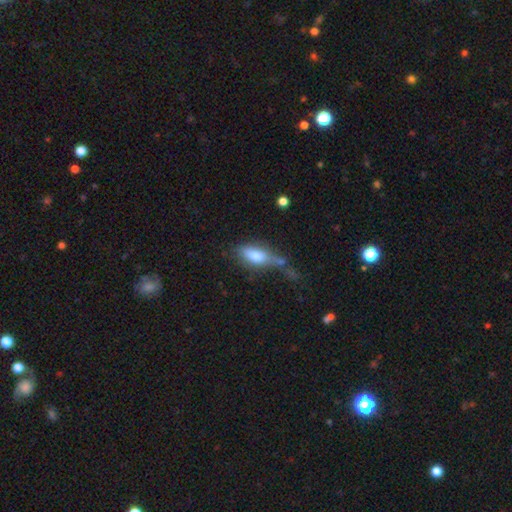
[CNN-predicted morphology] Q: Smooth or featured?
A: smooth (68%); runner-up: featured or disk (24%)
Q: How rounded?
A: in between (76%); runner-up: cigar-shaped (20%)
Q: Merging?
A: none (32%); runner-up: minor disturbance (27%)